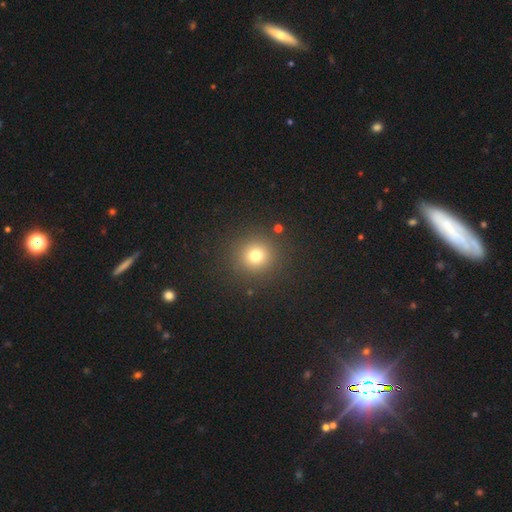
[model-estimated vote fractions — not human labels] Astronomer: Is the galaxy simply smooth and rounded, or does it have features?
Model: smooth — 74%.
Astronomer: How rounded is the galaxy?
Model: round — 94%.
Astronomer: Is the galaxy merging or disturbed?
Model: none — 89%.